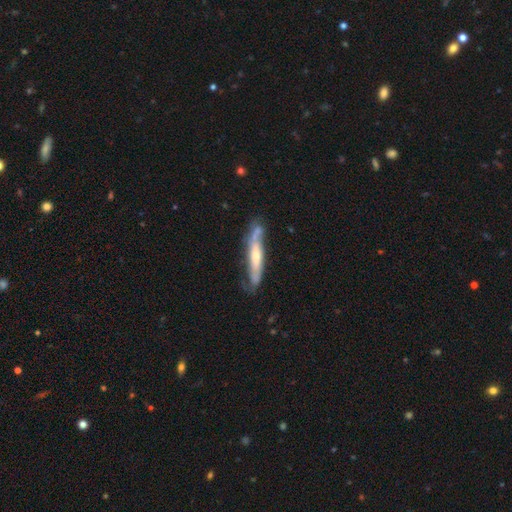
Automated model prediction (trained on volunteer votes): This appears to be a featured or disk galaxy (66%) viewed edge-on (64%). Merging: none (58%).